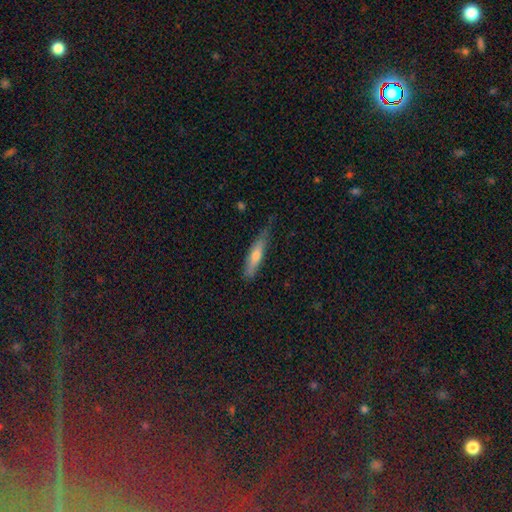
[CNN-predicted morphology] smooth-or-featured: smooth: 59% | featured or disk: 35% | star or artifact: 6%
  how-rounded: cigar-shaped: 82% | in between: 16% | round: 2%
  merging: none: 65% | minor disturbance: 28% | major disturbance: 6% | merger: 2%